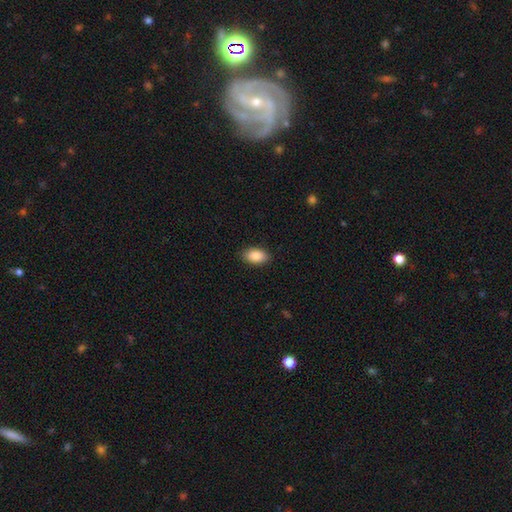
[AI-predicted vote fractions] A smooth galaxy with no disk features (88%) that is in between round and cigar-shaped (92%).

Vote fractions:
- Smooth or featured? smooth: 88% / star or artifact: 7% / featured or disk: 5%
- How rounded? in between: 92% / round: 6% / cigar-shaped: 2%
- Merging? none: 89% / minor disturbance: 8% / major disturbance: 2% / merger: 1%